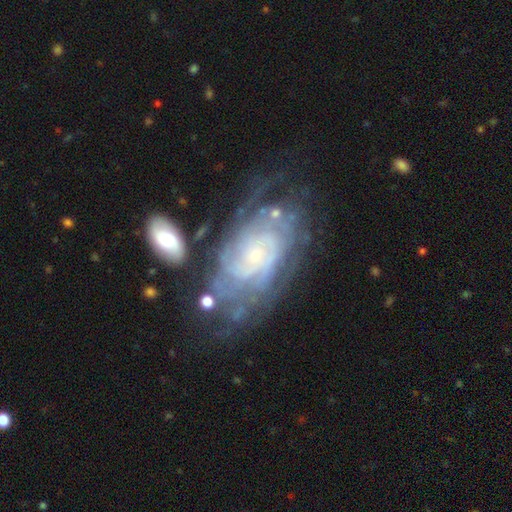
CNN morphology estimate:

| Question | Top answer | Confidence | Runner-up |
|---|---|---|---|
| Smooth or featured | featured or disk | 86% | smooth (8%) |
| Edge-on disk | no | 95% | yes (5%) |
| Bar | no | 72% | weak (23%) |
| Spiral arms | yes | 95% | no (5%) |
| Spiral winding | tight | 71% | medium (23%) |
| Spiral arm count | can't tell | 43% | 4 (15%) |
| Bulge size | small | 77% | moderate (16%) |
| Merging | none | 56% | minor disturbance (22%) |